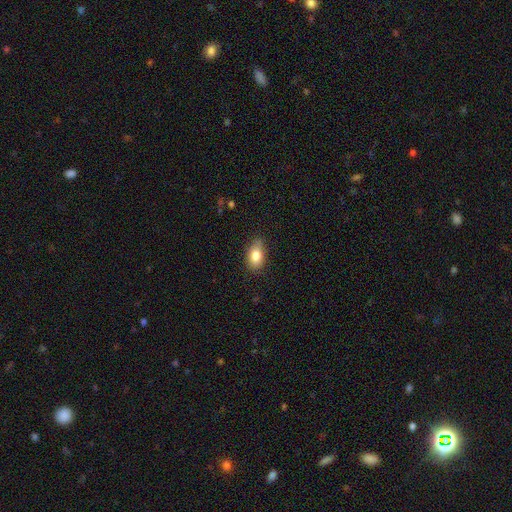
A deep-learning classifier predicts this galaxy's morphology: The model was most divided on "merging": none: 74%, minor disturbance: 21%, major disturbance: 4%, merger: 1%. More confident: how rounded — in between (87%); smooth or featured — smooth (83%).